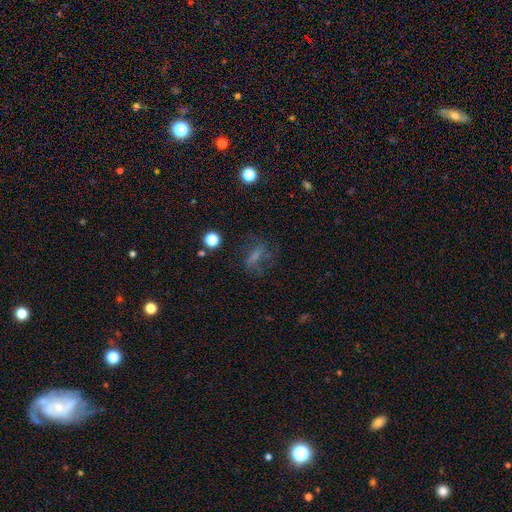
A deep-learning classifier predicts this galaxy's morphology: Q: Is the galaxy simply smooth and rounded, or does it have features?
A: smooth — 49%.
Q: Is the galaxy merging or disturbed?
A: none — 58%.